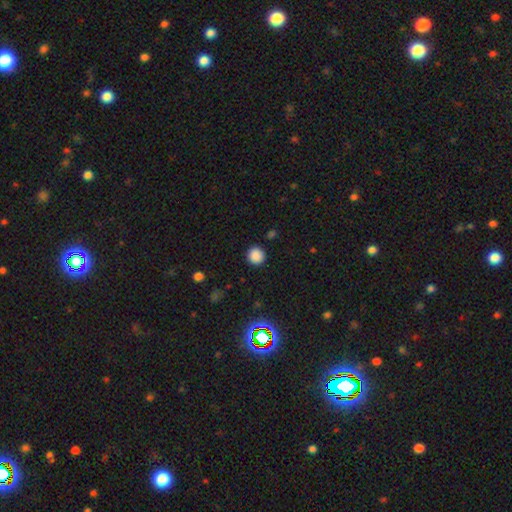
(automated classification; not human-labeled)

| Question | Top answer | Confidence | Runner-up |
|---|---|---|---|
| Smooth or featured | smooth | 86% | star or artifact (11%) |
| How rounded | round | 93% | in between (6%) |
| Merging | none | 90% | minor disturbance (6%) |